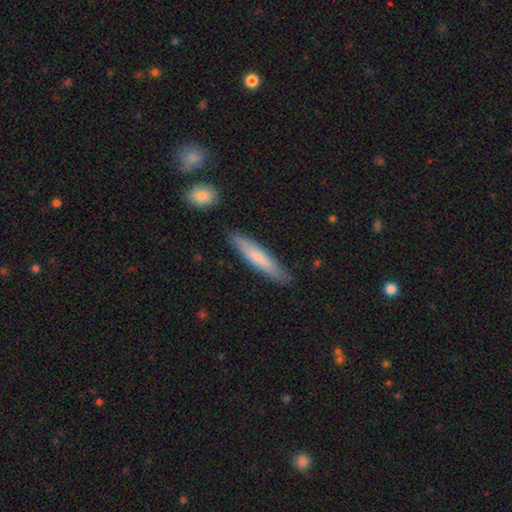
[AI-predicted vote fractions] The model was most divided on "smooth or featured": smooth: 69%, featured or disk: 26%, star or artifact: 5%. More confident: how rounded — cigar-shaped (90%); merging — none (86%).